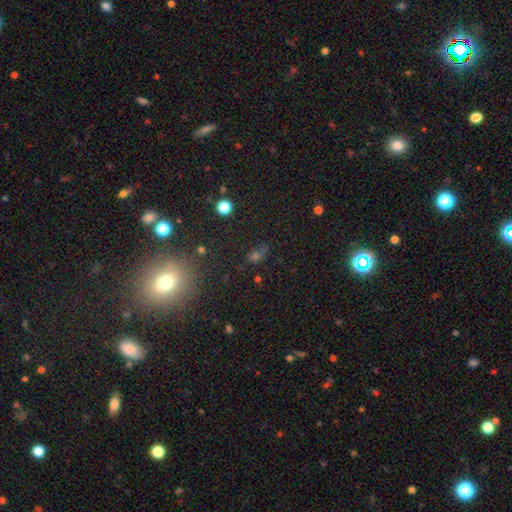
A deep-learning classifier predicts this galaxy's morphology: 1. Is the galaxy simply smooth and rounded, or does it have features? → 43% smooth (tied), 43% star or artifact (tied), 14% featured or disk.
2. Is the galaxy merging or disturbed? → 66% none, 15% minor disturbance, 11% major disturbance, 8% merger.